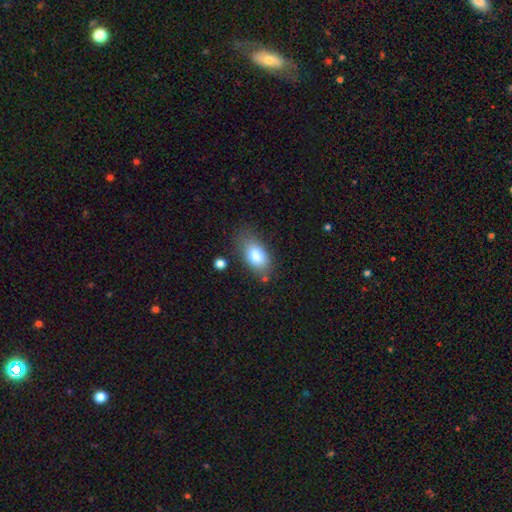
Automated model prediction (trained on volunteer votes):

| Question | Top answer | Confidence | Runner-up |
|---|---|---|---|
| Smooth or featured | smooth | 81% | featured or disk (12%) |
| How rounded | in between | 91% | round (6%) |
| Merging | none | 71% | minor disturbance (19%) |